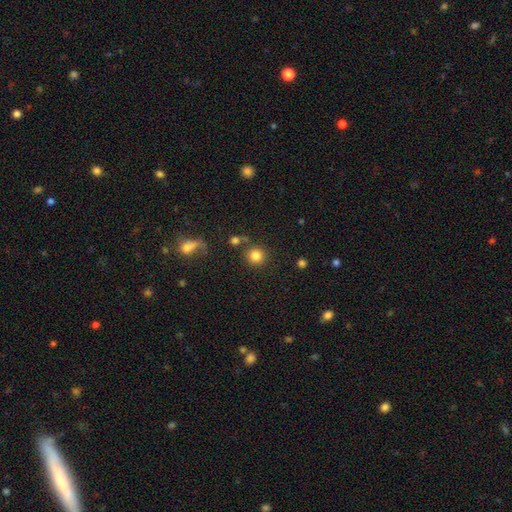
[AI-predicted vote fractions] Morphology: type=smooth (82%); roundness=round (93%); merging=none (79%).